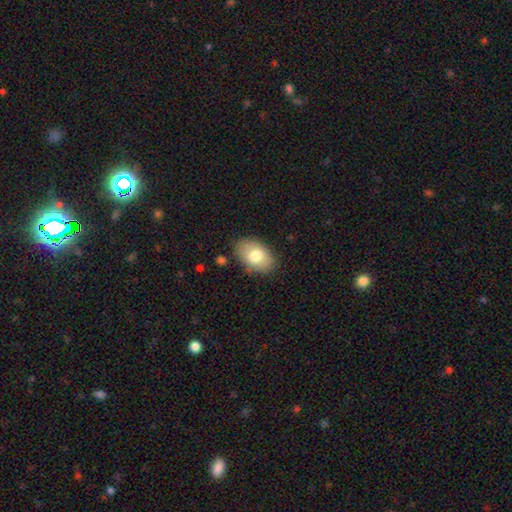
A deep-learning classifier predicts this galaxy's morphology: Smooth or featured? Predicted: smooth (p=0.77). How rounded? Predicted: in between (p=0.89). Merging? Predicted: none (p=0.81).